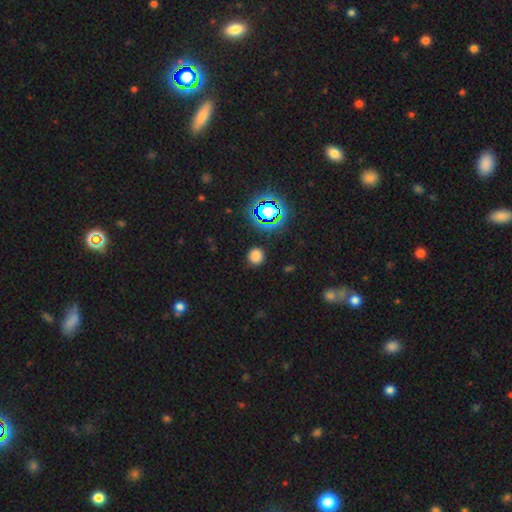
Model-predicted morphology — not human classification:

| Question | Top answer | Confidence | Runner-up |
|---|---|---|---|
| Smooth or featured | smooth | 71% | star or artifact (24%) |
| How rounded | round | 89% | in between (10%) |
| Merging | none | 88% | minor disturbance (8%) |